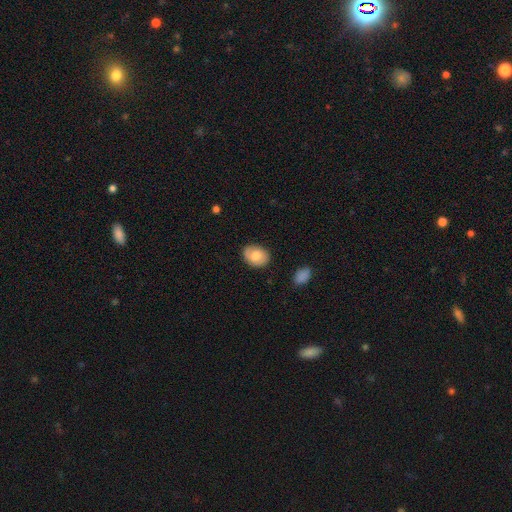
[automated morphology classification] A smooth galaxy with no disk features (66%) that is in between round and cigar-shaped (60%).

Vote fractions:
- Smooth or featured? smooth: 66% / featured or disk: 26% / star or artifact: 7%
- How rounded? in between: 60% / round: 39% / cigar-shaped: 1%
- Merging? none: 80% / minor disturbance: 15% / major disturbance: 3% / merger: 2%